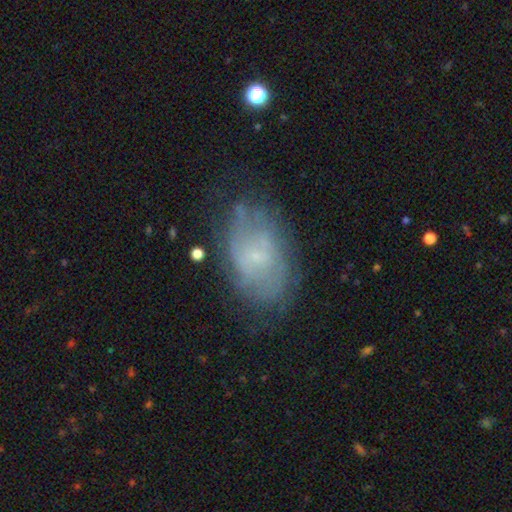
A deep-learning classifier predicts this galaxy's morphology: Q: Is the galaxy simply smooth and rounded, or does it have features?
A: featured or disk — 57%.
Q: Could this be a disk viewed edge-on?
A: no — 95%.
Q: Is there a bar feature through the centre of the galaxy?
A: no — 59%.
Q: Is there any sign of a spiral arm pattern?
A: yes — 58%.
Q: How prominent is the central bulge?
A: small — 72%.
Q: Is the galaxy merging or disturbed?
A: none — 63%.